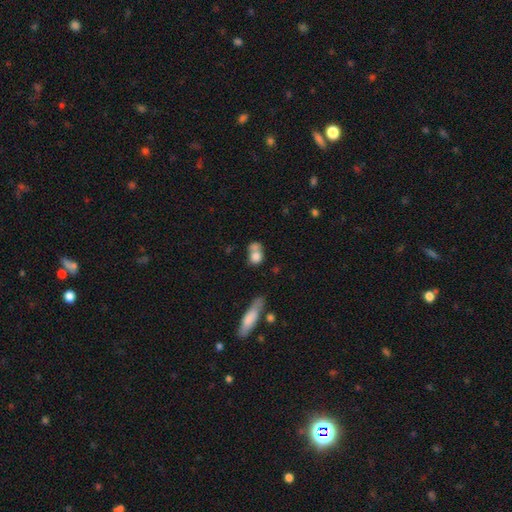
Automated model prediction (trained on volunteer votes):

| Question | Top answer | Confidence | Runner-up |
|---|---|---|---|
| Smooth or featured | smooth | 75% | featured or disk (16%) |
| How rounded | in between | 49% | round (47%) |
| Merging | merger | 44% | none (30%) |